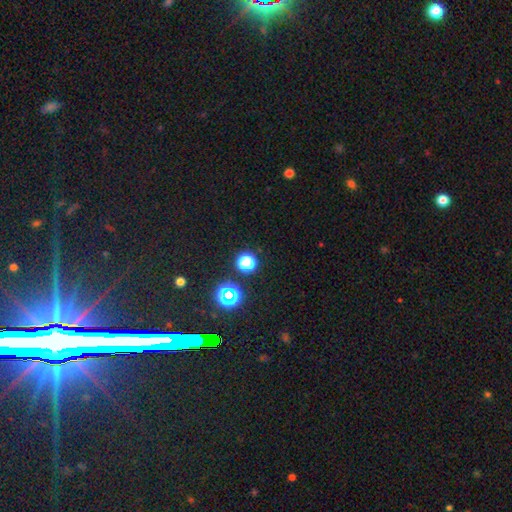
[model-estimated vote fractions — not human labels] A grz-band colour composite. It shows a star or artifact, not a galaxy (66%).